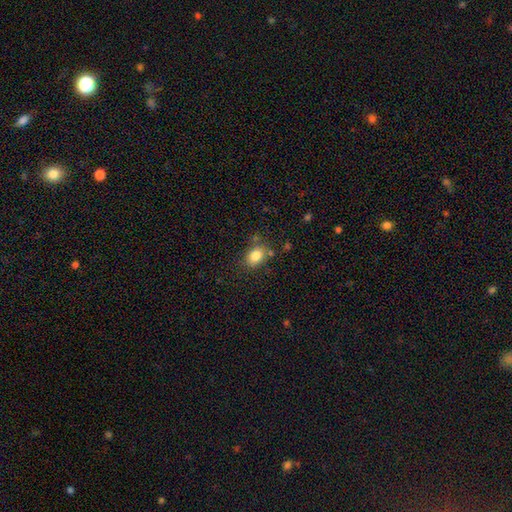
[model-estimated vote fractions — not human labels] smooth-or-featured: smooth: 84% | star or artifact: 9% | featured or disk: 7%
  how-rounded: in between: 70% | round: 29% | cigar-shaped: 1%
  merging: none: 74% | minor disturbance: 16% | merger: 6% | major disturbance: 5%